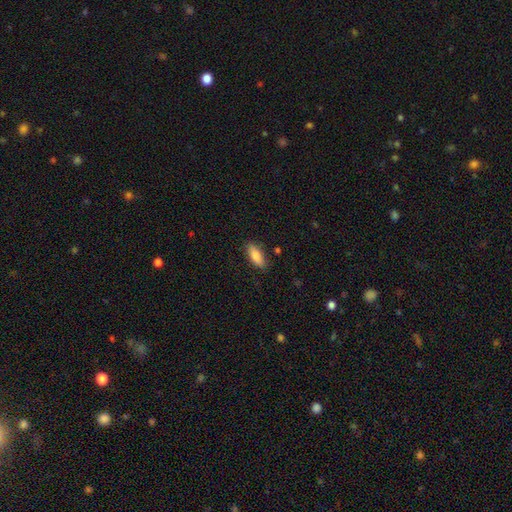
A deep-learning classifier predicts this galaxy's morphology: This appears to be a smooth galaxy with no disk features (82%) that is in between round and cigar-shaped (70%). Merging: none (83%).